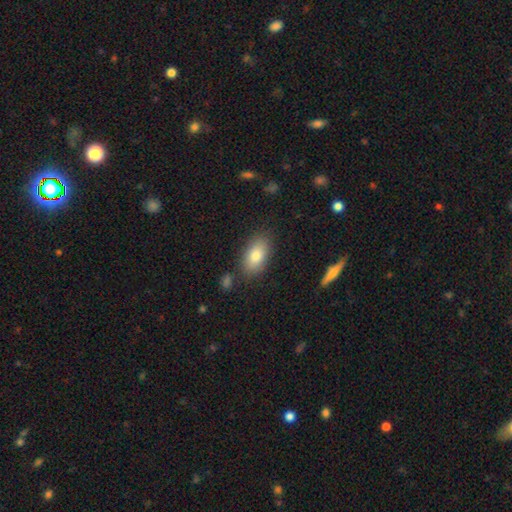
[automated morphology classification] This is clearly a smooth galaxy (81%). How rounded: clearly in between (91%). Merging: clearly none (81%).